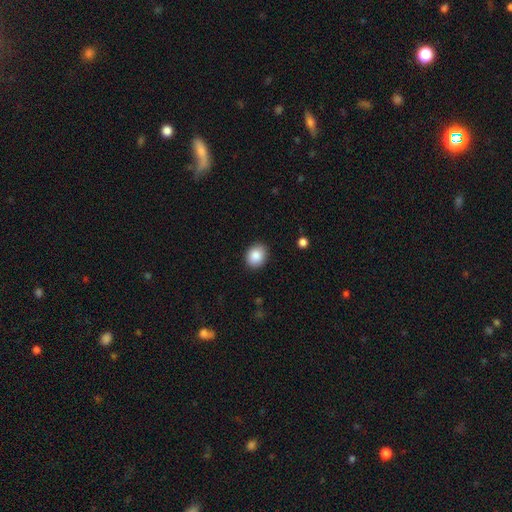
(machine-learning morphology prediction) Smooth or featured?
  - smooth: 88% *
  - star or artifact: 8%
  - featured or disk: 4%
How rounded?
  - round: 64% *
  - in between: 35%
  - cigar-shaped: 1%
Merging?
  - none: 89% *
  - minor disturbance: 8%
  - major disturbance: 2%
  - merger: 1%